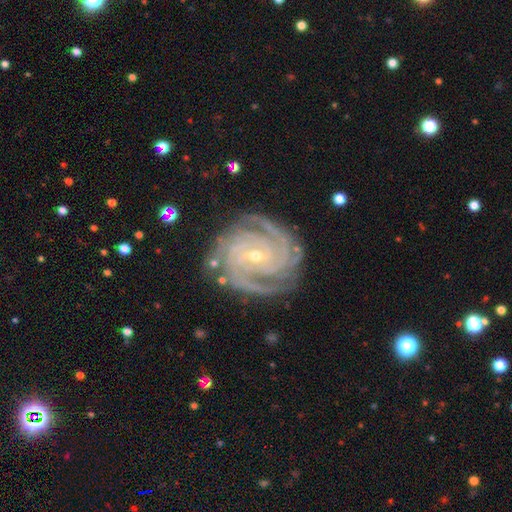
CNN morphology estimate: smooth-or-featured: featured or disk: 93% | star or artifact: 4% | smooth: 3%
  disk-edge-on: no: 98% | yes: 2%
    bar: no: 47% | weak: 36% | strong: 18%
    has-spiral-arms: yes: 99% | no: 1%
      spiral-winding: tight: 81% | medium: 17% | loose: 2%
      spiral-arm-count: 4: 33% | 3: 27% | 2: 13% | can't tell: 10% | more than 4: 10% | 1: 7%
    bulge-size: small: 71% | moderate: 27% | large: 1% | none: 1% | dominant: 1%
  merging: none: 80% | minor disturbance: 14% | major disturbance: 4% | merger: 2%